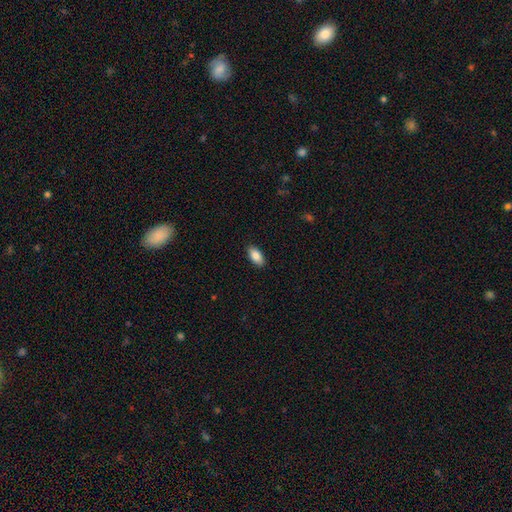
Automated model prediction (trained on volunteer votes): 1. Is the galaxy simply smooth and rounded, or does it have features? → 87% smooth, 7% star or artifact, 6% featured or disk.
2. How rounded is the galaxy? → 93% in between, 4% cigar-shaped, 3% round.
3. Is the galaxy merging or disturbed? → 90% none, 8% minor disturbance, 2% major disturbance, 1% merger.